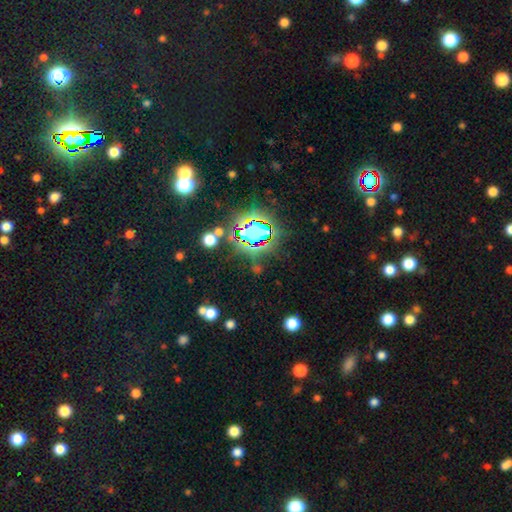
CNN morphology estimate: Smooth or featured?
  - star or artifact: 76% *
  - smooth: 14%
  - featured or disk: 10%